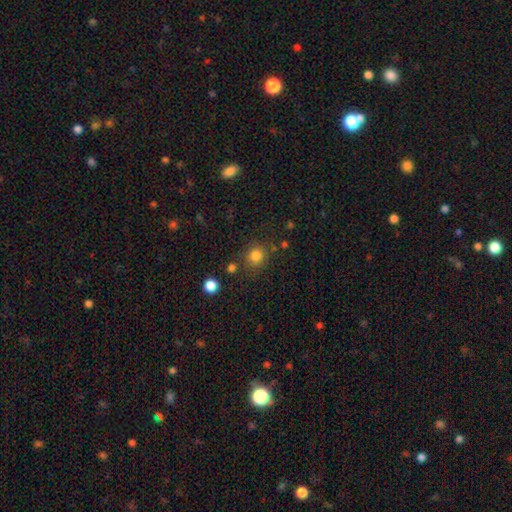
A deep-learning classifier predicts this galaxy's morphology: The model was most divided on "merging": none: 78%, minor disturbance: 11%, merger: 6%, major disturbance: 4%. More confident: how rounded — round (84%); smooth or featured — smooth (82%).